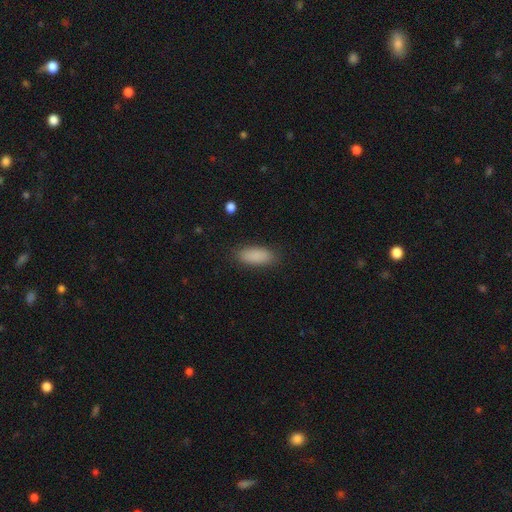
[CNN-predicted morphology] Smooth or featured: smooth — 88% (star or artifact — 7%)
How rounded: in between — 76% (cigar-shaped — 21%)
Merging: none — 87% (minor disturbance — 9%)